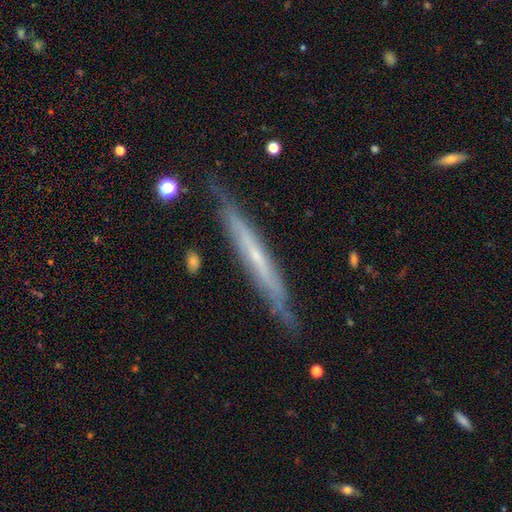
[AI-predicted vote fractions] Smooth or featured: featured or disk — 68% (smooth — 26%)
Edge-on disk: yes — 88% (no — 12%)
Edge-on bulge: none — 68% (rounded — 27%)
Merging: none — 80% (minor disturbance — 16%)